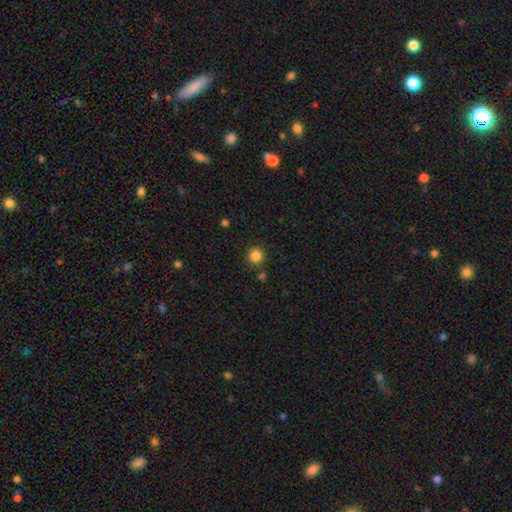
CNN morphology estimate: A smooth galaxy with no disk features (85%) that is round (93%). Merging: none (85%).